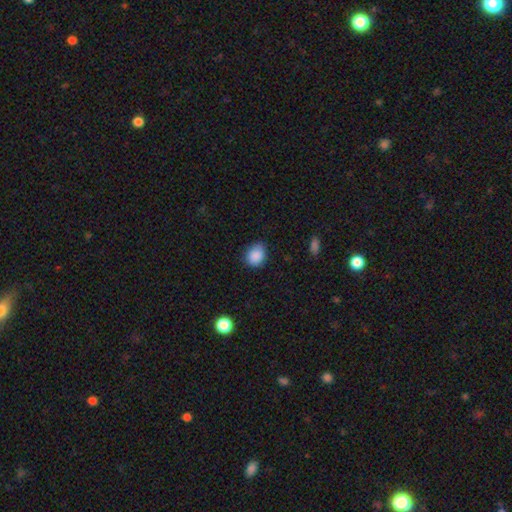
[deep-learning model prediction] Smooth or featured? Predicted: smooth (p=0.88). How rounded? Predicted: round (p=0.50). Merging? Predicted: none (p=0.74).